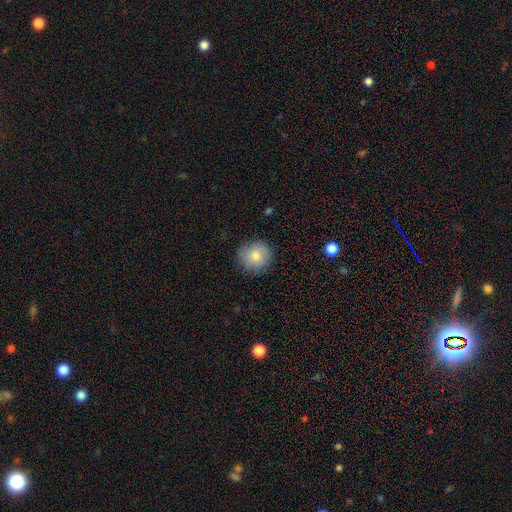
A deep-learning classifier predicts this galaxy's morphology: Smooth or featured: smooth — 81% (featured or disk — 11%)
How rounded: round — 91% (in between — 8%)
Merging: none — 87% (minor disturbance — 10%)